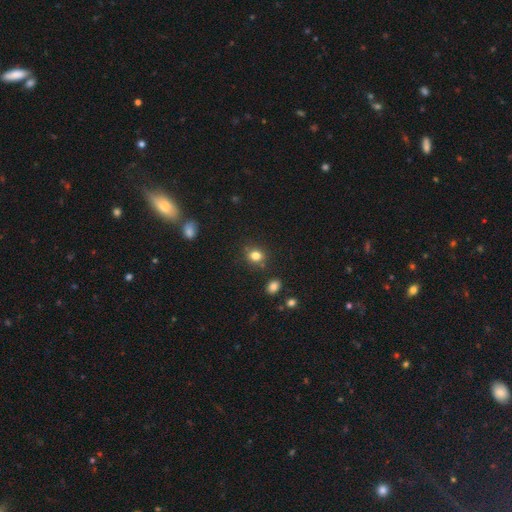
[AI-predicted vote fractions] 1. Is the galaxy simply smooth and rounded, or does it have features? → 81% smooth, 13% star or artifact, 7% featured or disk.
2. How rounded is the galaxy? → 60% round, 39% in between, 1% cigar-shaped.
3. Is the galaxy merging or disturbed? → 77% none, 13% minor disturbance, 6% merger, 3% major disturbance.